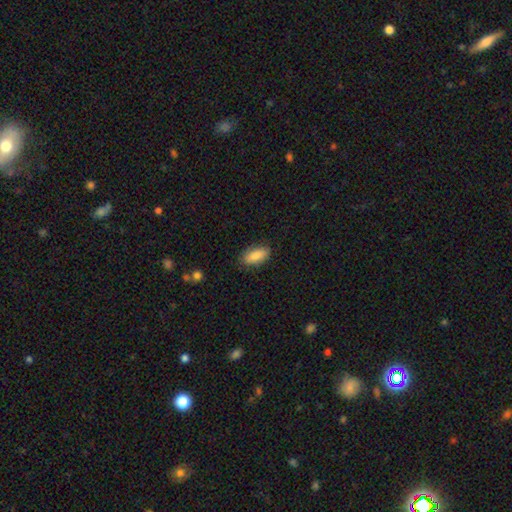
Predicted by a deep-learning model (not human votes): smooth_or_featured: smooth (p=0.85) [alt: featured or disk p=0.09]
how_rounded: in between (p=0.85) [alt: cigar-shaped p=0.12]
merging: none (p=0.84) [alt: minor disturbance p=0.13]